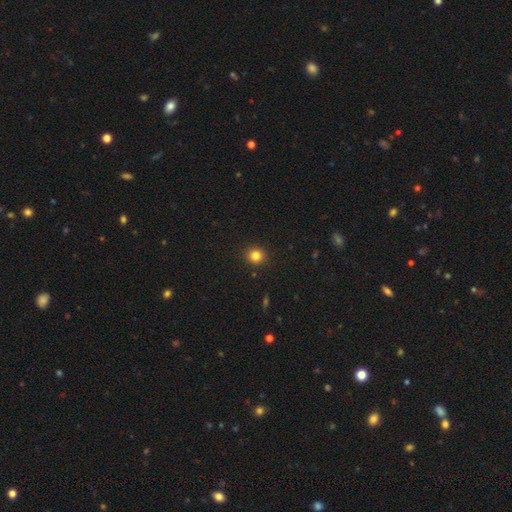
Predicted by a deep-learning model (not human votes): Smooth or featured? Predicted: smooth (p=0.82). How rounded? Predicted: round (p=0.90). Merging? Predicted: none (p=0.92).